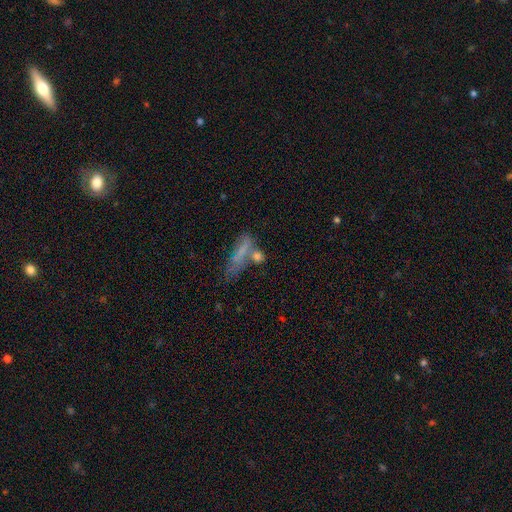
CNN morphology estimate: Smooth or featured? smooth (62%)
How rounded? cigar-shaped (62%)
Merging? none (40%)